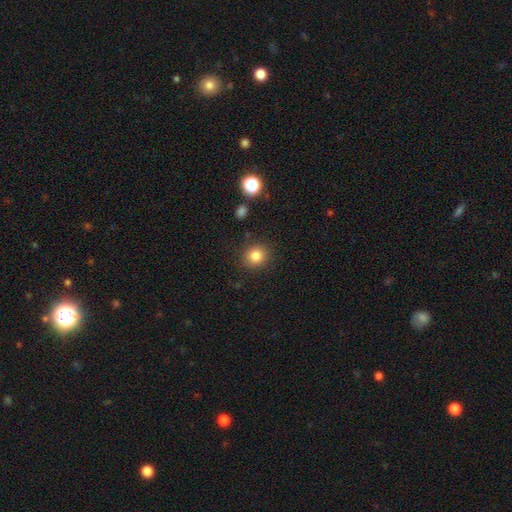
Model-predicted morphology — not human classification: Smooth or featured?
  - smooth: 83% *
  - star or artifact: 12%
  - featured or disk: 6%
How rounded?
  - round: 85% *
  - in between: 14%
  - cigar-shaped: 1%
Merging?
  - none: 88% *
  - minor disturbance: 8%
  - major disturbance: 3%
  - merger: 2%